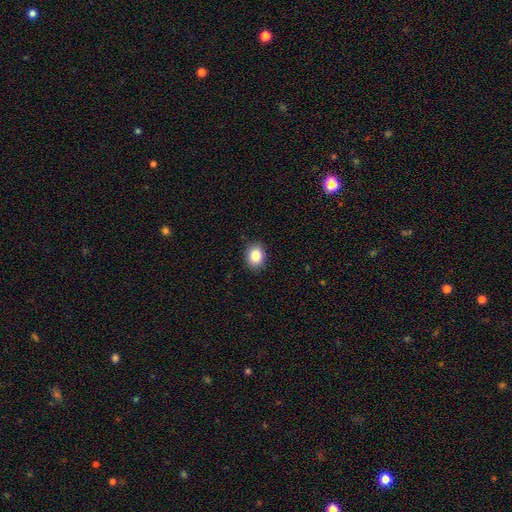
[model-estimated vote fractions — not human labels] Q: Smooth or featured?
A: smooth (86%); runner-up: star or artifact (9%)
Q: How rounded?
A: round (50%); runner-up: in between (49%)
Q: Merging?
A: none (89%); runner-up: minor disturbance (8%)